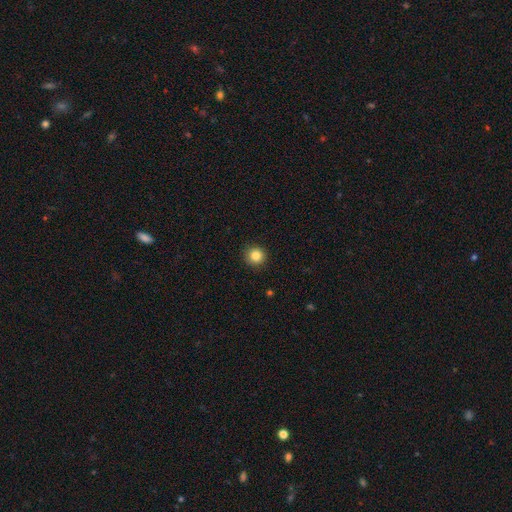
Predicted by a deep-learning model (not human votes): Smooth or featured: smooth — 84% (star or artifact — 11%)
How rounded: round — 93% (in between — 6%)
Merging: none — 92% (minor disturbance — 6%)